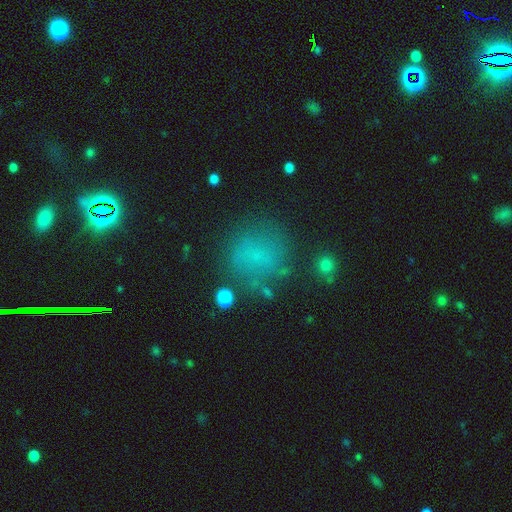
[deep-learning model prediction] A smooth galaxy with no disk features (60%) that is round (85%).

Vote fractions:
- Smooth or featured? smooth: 60% / star or artifact: 23% / featured or disk: 16%
- How rounded? round: 85% / in between: 13% / cigar-shaped: 1%
- Merging? none: 70% / minor disturbance: 17% / major disturbance: 9% / merger: 4%